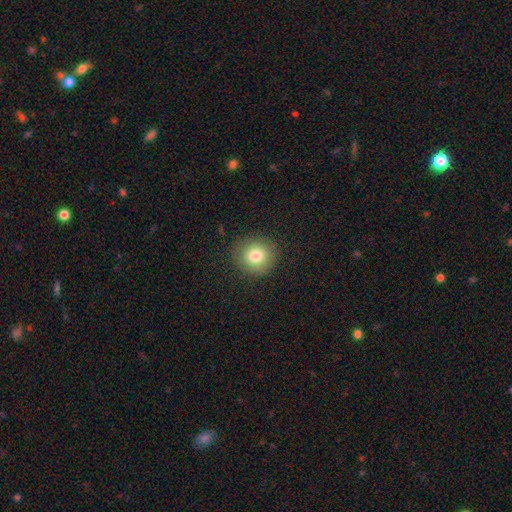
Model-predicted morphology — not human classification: Smooth or featured? Predicted: smooth (p=0.79). How rounded? Predicted: round (p=0.91). Merging? Predicted: none (p=0.89).